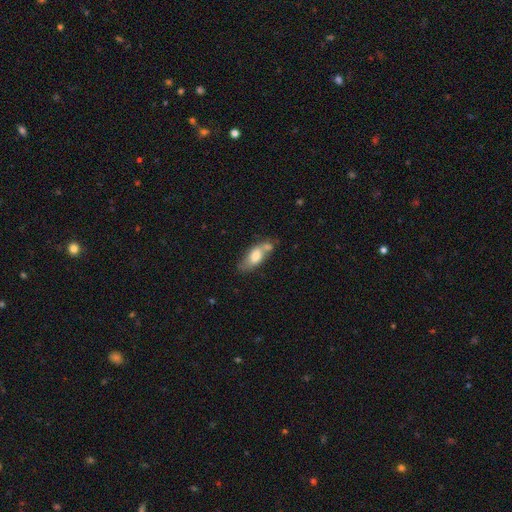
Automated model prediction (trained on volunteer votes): Morphology: type=smooth (68%); roundness=in between (81%); merging=none (42%).